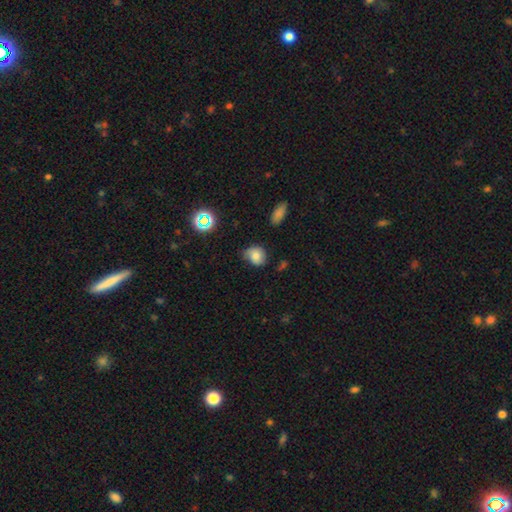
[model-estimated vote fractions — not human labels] smooth_or_featured: smooth (p=0.73) [alt: featured or disk p=0.16]
how_rounded: round (p=0.65) [alt: in between p=0.33]
merging: none (p=0.55) [alt: minor disturbance p=0.34]